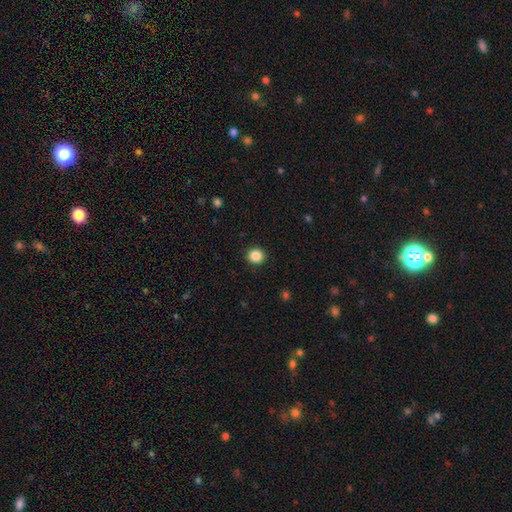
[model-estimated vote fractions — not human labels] This appears to be a smooth galaxy with no disk features (86%) that is round (90%). Merging: none (92%).